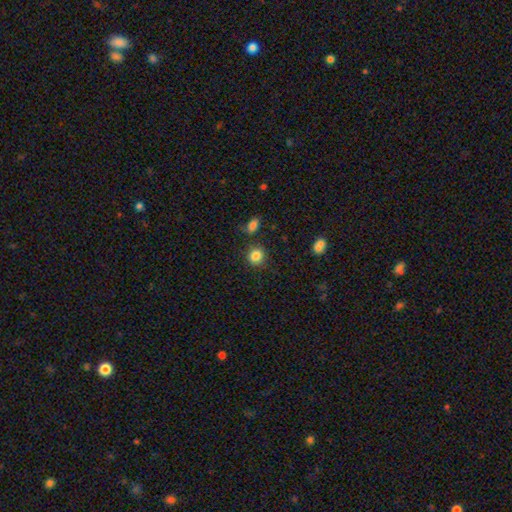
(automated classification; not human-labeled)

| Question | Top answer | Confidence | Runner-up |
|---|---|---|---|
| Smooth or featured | smooth | 85% | star or artifact (10%) |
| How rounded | round | 87% | in between (12%) |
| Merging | none | 83% | minor disturbance (9%) |